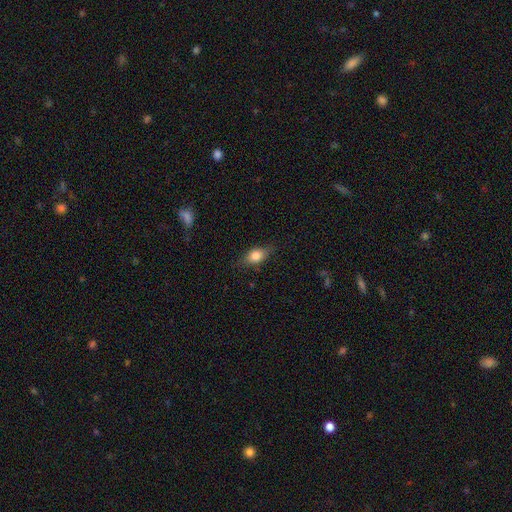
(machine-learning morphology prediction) type=smooth (76%); roundness=in between (78%); merging=none (78%).